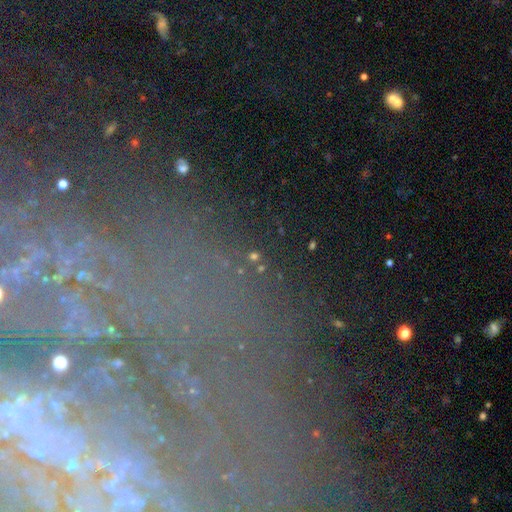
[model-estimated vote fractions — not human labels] Smooth or featured: featured or disk — 45% (star or artifact — 39%)
Merging: none — 72% (minor disturbance — 13%)